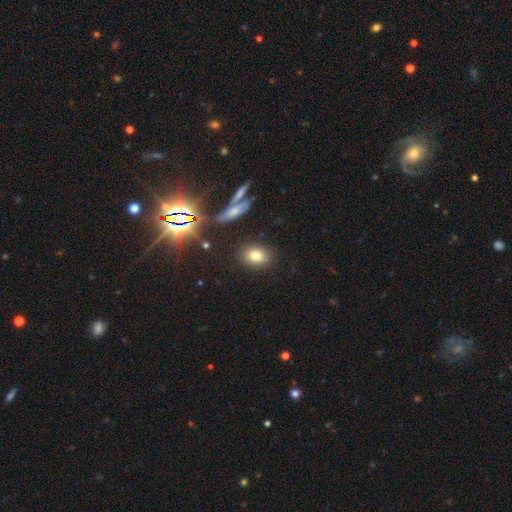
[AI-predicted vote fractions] This appears to be a smooth galaxy with no disk features (79%) that is in between round and cigar-shaped (69%). Merging: none (85%).